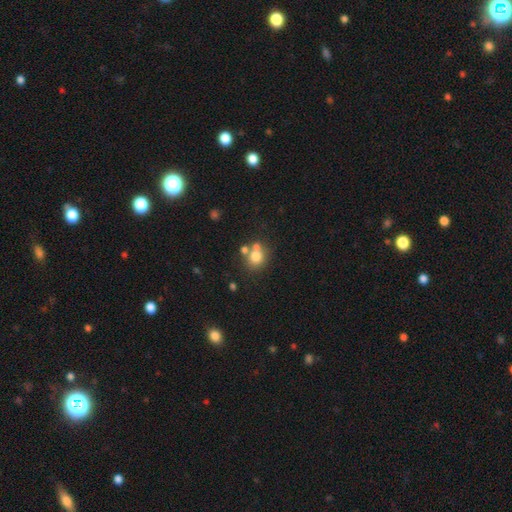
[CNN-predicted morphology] The model was most divided on "merging": none: 56%, merger: 29%, minor disturbance: 11%, major disturbance: 5%. More confident: how rounded — round (76%); smooth or featured — smooth (75%).